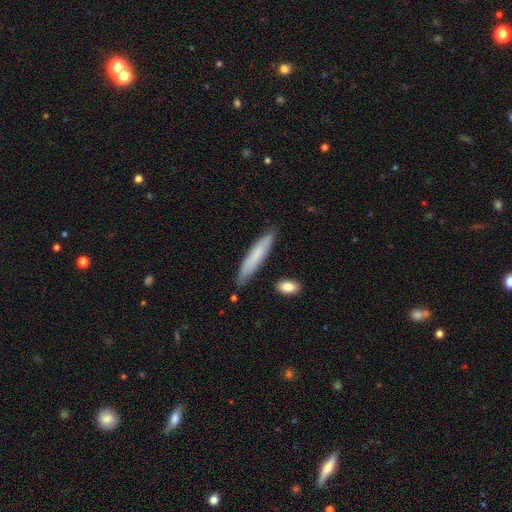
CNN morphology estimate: type=smooth (71%); roundness=cigar-shaped (91%); merging=none (84%).